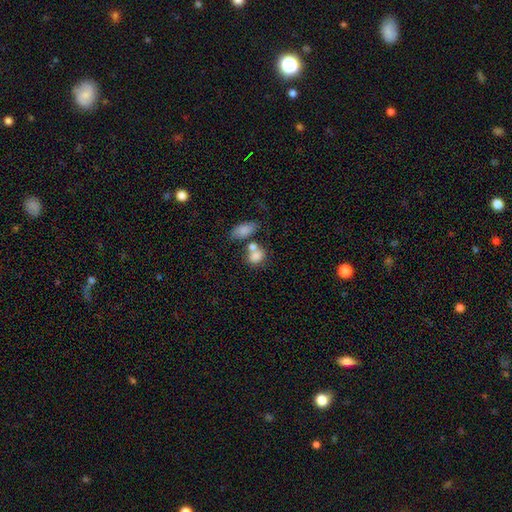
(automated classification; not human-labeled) Smooth or featured: smooth — 79% (featured or disk — 11%)
How rounded: in between — 62% (round — 36%)
Merging: merger — 47% (none — 34%)